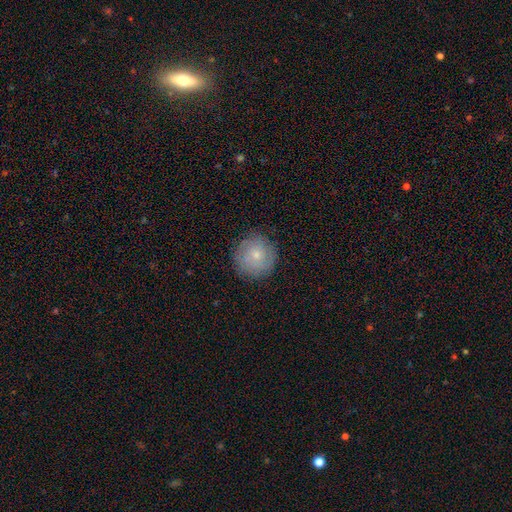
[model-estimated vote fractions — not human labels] This appears to be a smooth galaxy with no disk features (64%) that is round (94%). Merging: none (86%).